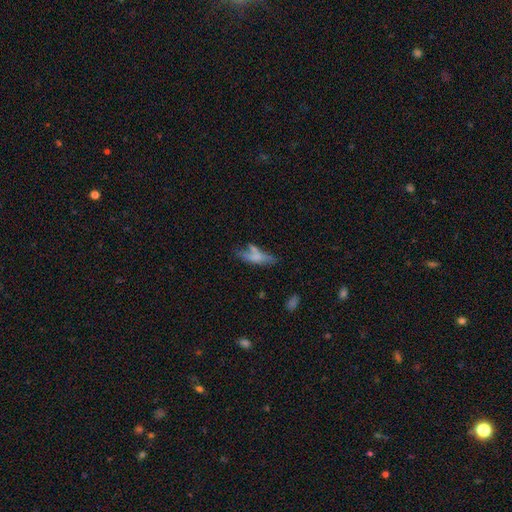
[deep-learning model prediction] This is likely a smooth galaxy (61%). How rounded: possibly cigar-shaped (53%). Merging: marginally none (41%).